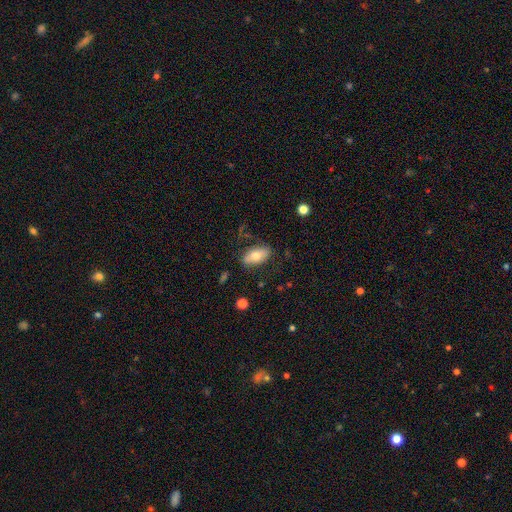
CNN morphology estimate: type=smooth (69%); roundness=in between (90%); merging=none (75%).